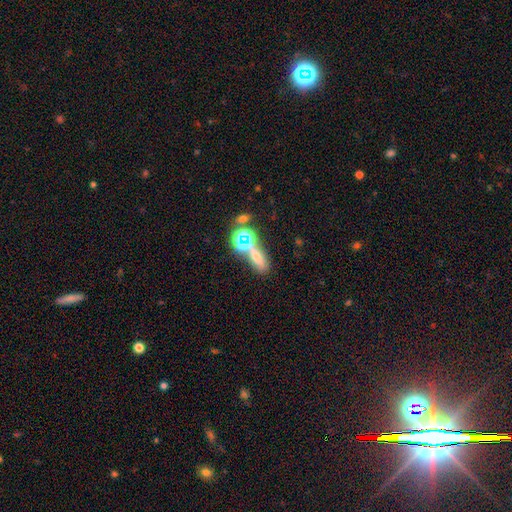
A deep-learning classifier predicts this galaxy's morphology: A smooth galaxy with no disk features (44%).

Vote fractions:
- Smooth or featured? smooth: 44% / star or artifact: 39% / featured or disk: 16%
- Merging? none: 50% / merger: 28% / minor disturbance: 13% / major disturbance: 9%